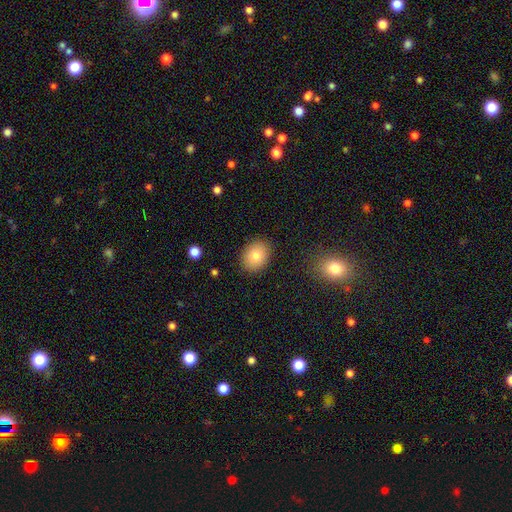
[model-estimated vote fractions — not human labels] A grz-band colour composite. It shows a smooth galaxy with no disk features (81%) that is in between round and cigar-shaped (50%). Merging: none (88%).